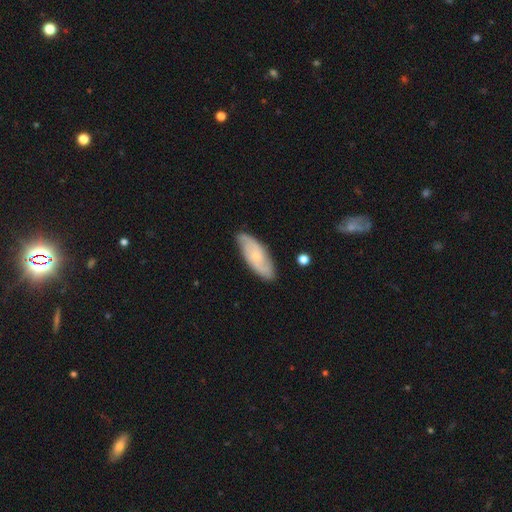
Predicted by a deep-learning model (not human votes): Overall: featured or disk (62%; smooth 32%). Edge-on disk: no (88%). Bar: no (70%). Spiral arms: yes (89%). Bulge size: small (70%). Merging: none (81%).